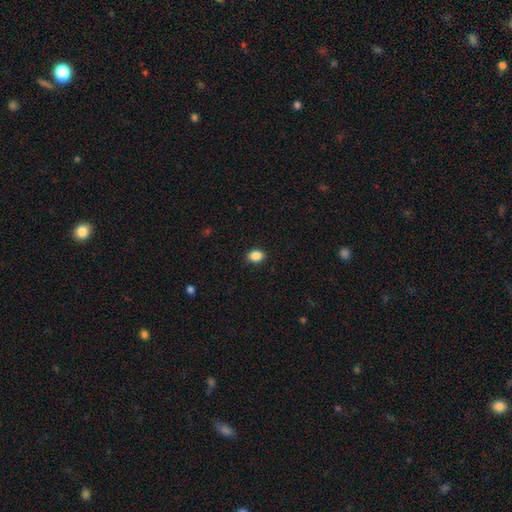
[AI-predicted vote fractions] A smooth galaxy with no disk features (88%) that is in between round and cigar-shaped (67%). Merging: none (89%).